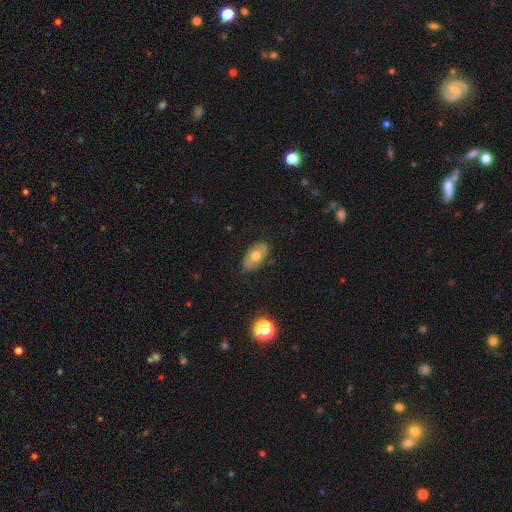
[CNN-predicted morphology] smooth-or-featured: smooth: 59% | featured or disk: 33% | star or artifact: 7%
  how-rounded: in between: 91% | round: 8% | cigar-shaped: 2%
  merging: none: 81% | minor disturbance: 15% | major disturbance: 3% | merger: 1%